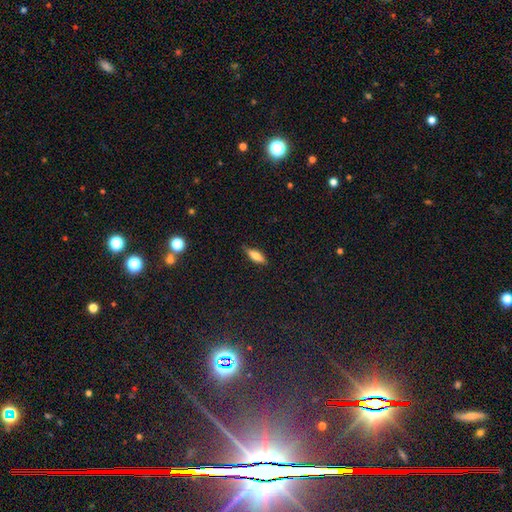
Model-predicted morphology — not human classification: type=smooth (69%); roundness=in between (62%); merging=none (79%).